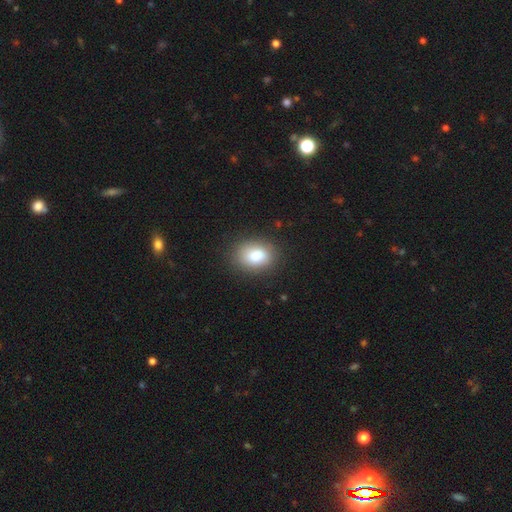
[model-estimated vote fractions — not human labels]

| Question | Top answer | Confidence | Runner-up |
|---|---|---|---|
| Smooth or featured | smooth | 82% | featured or disk (9%) |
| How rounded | in between | 68% | round (31%) |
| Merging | none | 82% | minor disturbance (13%) |